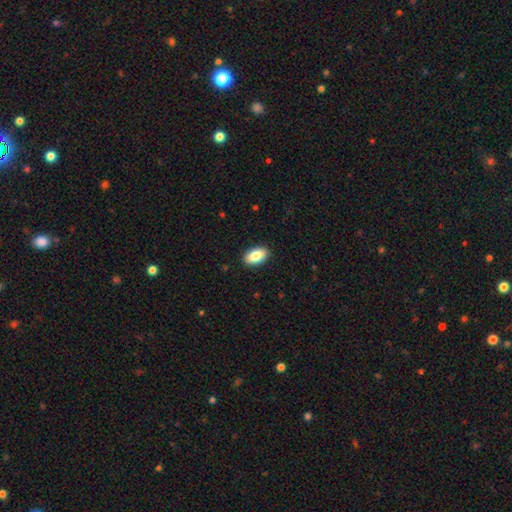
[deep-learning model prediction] Smooth or featured? smooth (84%)
How rounded? in between (93%)
Merging? none (90%)